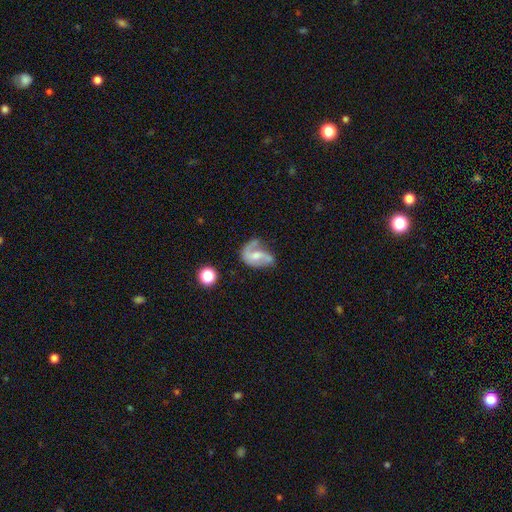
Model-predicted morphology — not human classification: Q: Smooth or featured?
A: featured or disk (68%); runner-up: smooth (24%)
Q: Edge-on disk?
A: no (97%); runner-up: yes (3%)
Q: Bar?
A: no (46%); runner-up: weak (41%)
Q: Spiral arms?
A: yes (83%); runner-up: no (17%)
Q: Spiral winding?
A: loose (50%); runner-up: medium (37%)
Q: Spiral arm count?
A: 2 (63%); runner-up: 1 (25%)
Q: Bulge size?
A: small (43%); runner-up: moderate (40%)
Q: Merging?
A: none (35%); runner-up: major disturbance (28%)